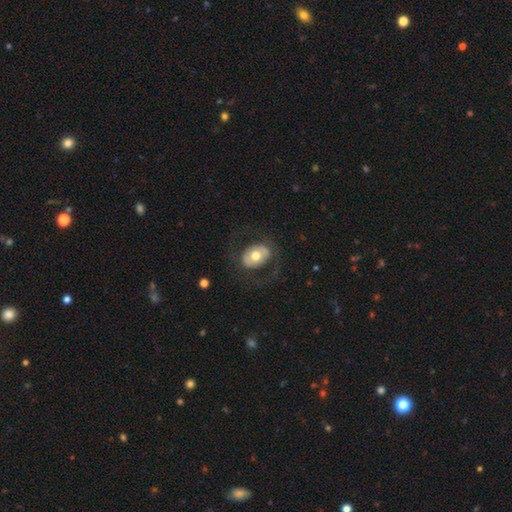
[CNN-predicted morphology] Q: Smooth or featured?
A: smooth (49%); runner-up: featured or disk (45%)
Q: Merging?
A: none (73%); runner-up: major disturbance (14%)